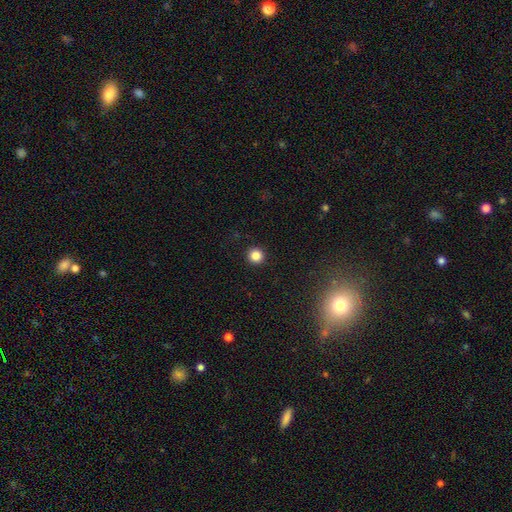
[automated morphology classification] This is clearly a smooth galaxy (84%). How rounded: clearly round (95%). Merging: clearly none (93%).